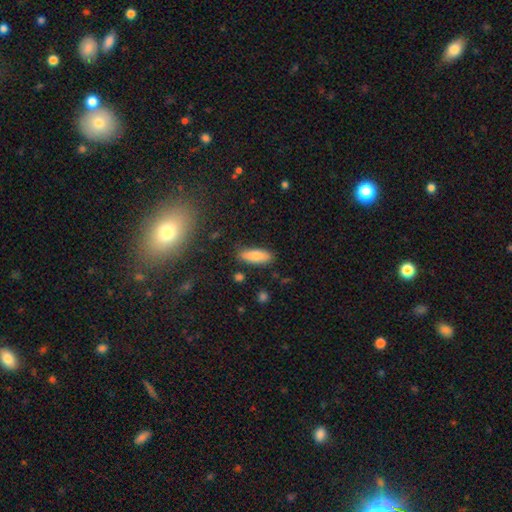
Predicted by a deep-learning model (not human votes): Smooth or featured: smooth — 80% (featured or disk — 13%)
How rounded: in between — 70% (cigar-shaped — 27%)
Merging: none — 81% (minor disturbance — 13%)